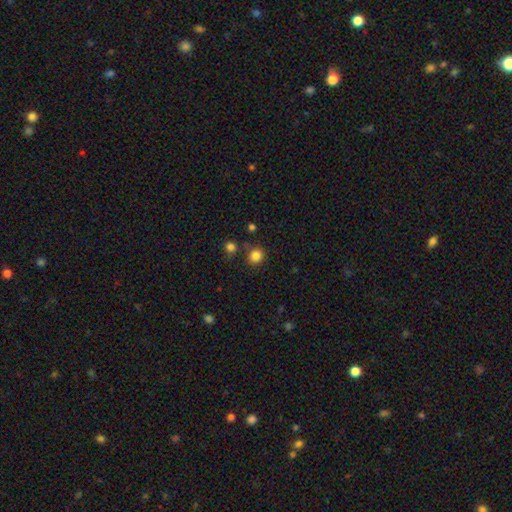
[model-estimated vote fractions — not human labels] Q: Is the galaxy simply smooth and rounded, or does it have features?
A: smooth — 84%.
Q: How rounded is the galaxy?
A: round — 87%.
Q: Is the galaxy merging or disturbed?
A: none — 79%.